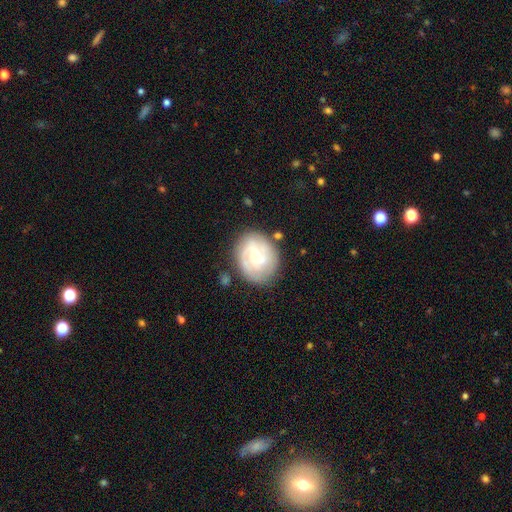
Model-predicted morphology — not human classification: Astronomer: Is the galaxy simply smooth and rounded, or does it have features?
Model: featured or disk — 71%.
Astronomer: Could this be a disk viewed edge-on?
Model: no — 97%.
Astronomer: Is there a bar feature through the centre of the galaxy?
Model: weak — 54%.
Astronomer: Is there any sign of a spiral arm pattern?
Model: yes — 86%.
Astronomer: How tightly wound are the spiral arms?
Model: tight — 49% (runner-up: medium, 37%).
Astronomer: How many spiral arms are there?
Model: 2 — 46% (runner-up: can't tell, 26%).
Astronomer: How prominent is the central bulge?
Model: moderate — 55% (runner-up: small, 39%).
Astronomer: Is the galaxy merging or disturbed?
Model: none — 75%.